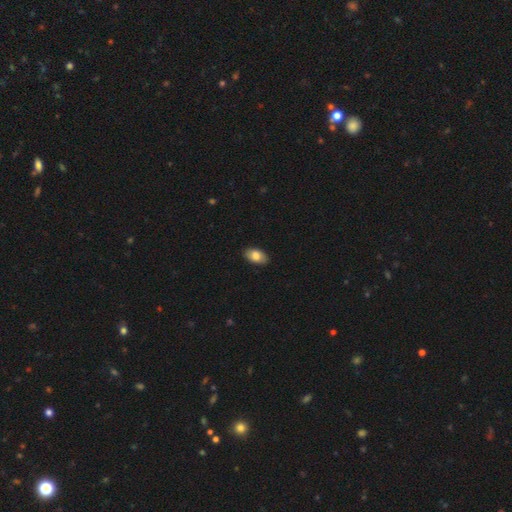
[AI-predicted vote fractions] smooth 83%, featured or disk 11%, star or artifact 7%. Down the decision tree: how rounded — in between (93%); merging — none (88%).